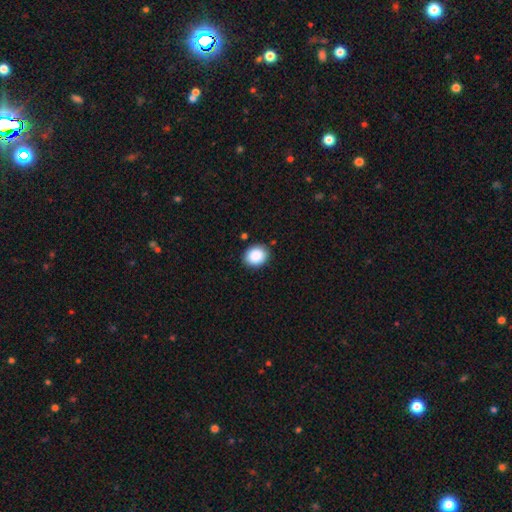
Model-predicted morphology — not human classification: This appears to be a smooth galaxy with no disk features (88%) that is round (64%). Merging: none (89%).